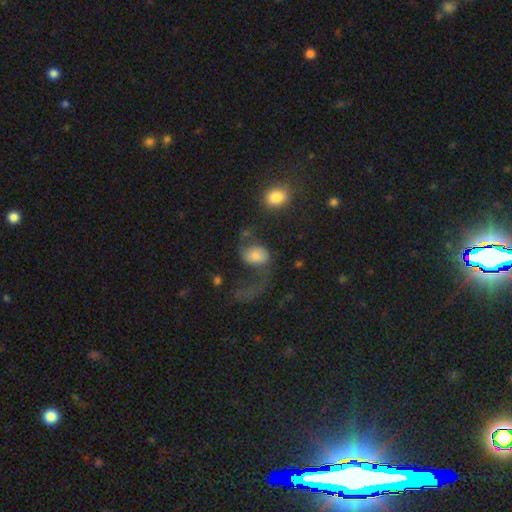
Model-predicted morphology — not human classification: Smooth or featured? Predicted: smooth (p=0.47). Merging? Predicted: major disturbance (p=0.41).